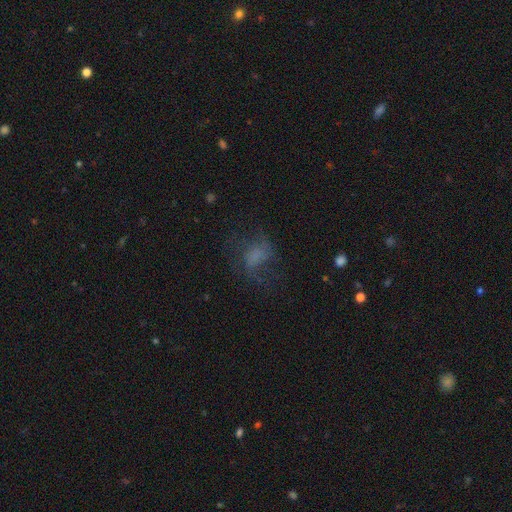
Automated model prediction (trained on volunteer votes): smooth_or_featured: featured or disk (p=0.40) [tied with: smooth p=0.40]
merging: none (p=0.47) [alt: major disturbance p=0.32]